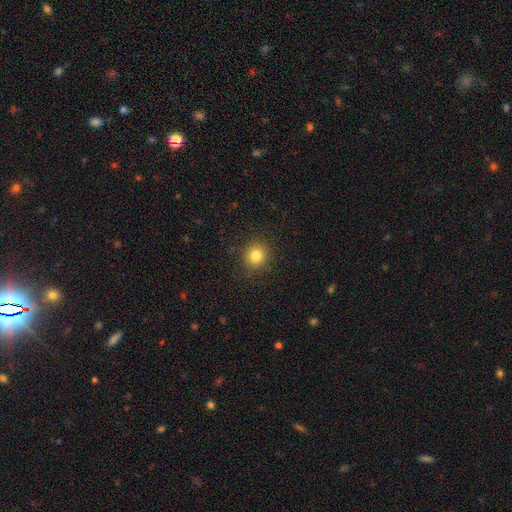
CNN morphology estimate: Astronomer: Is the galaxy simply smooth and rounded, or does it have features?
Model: smooth — 81%.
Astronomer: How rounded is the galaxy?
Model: round — 89%.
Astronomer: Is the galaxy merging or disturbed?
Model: none — 89%.